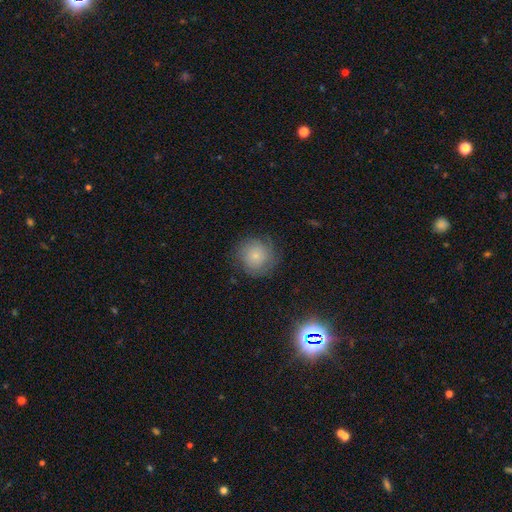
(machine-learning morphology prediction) Smooth or featured?
  - smooth: 69% *
  - featured or disk: 22%
  - star or artifact: 10%
How rounded?
  - round: 93% *
  - in between: 6%
  - cigar-shaped: 1%
Merging?
  - none: 76% *
  - minor disturbance: 16%
  - major disturbance: 7%
  - merger: 1%